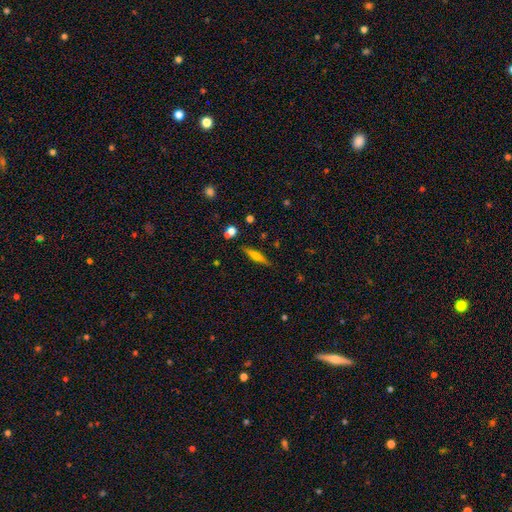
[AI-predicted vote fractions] Smooth or featured? Predicted: featured or disk (p=0.46, tied with smooth). Merging? Predicted: none (p=0.86).